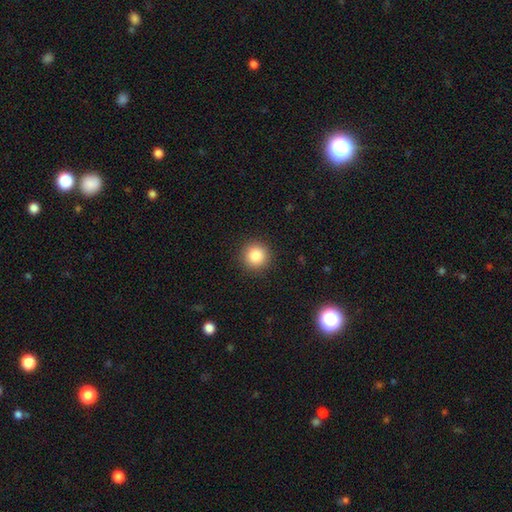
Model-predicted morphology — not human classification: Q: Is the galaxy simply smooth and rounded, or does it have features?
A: smooth — 85%.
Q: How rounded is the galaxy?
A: round — 95%.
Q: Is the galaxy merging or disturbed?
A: none — 92%.